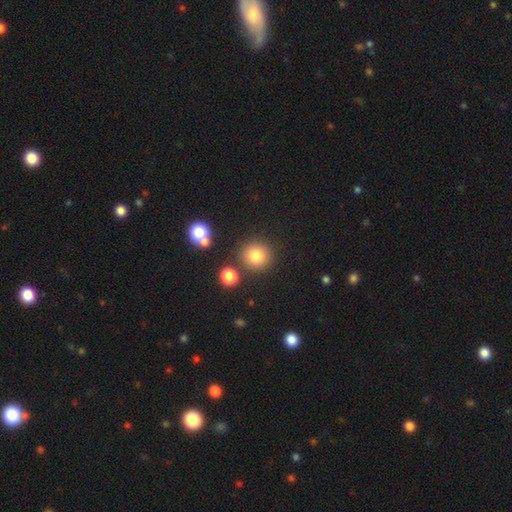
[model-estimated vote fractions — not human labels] smooth 79%, star or artifact 13%, featured or disk 8%. Down the decision tree: how rounded — round (92%); merging — none (83%).